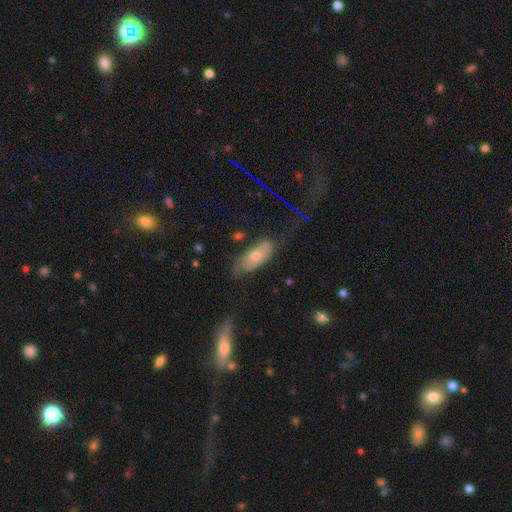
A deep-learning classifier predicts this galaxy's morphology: The model was most divided on "smooth or featured": featured or disk: 46%, smooth: 43%, star or artifact: 11%. More confident: merging — none (59%).